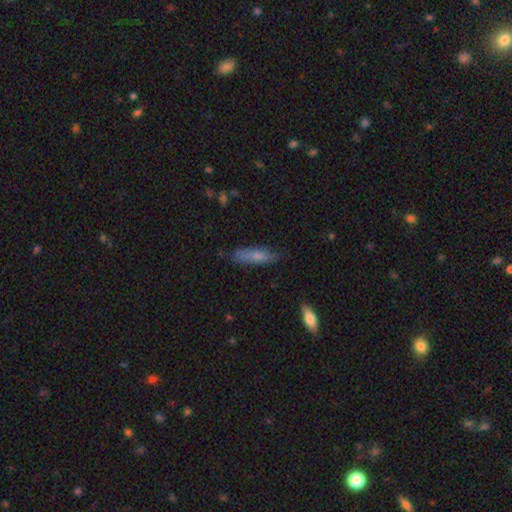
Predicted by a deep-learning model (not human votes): Q: Smooth or featured?
A: smooth (71%); runner-up: featured or disk (23%)
Q: How rounded?
A: cigar-shaped (72%); runner-up: in between (26%)
Q: Merging?
A: none (77%); runner-up: minor disturbance (18%)